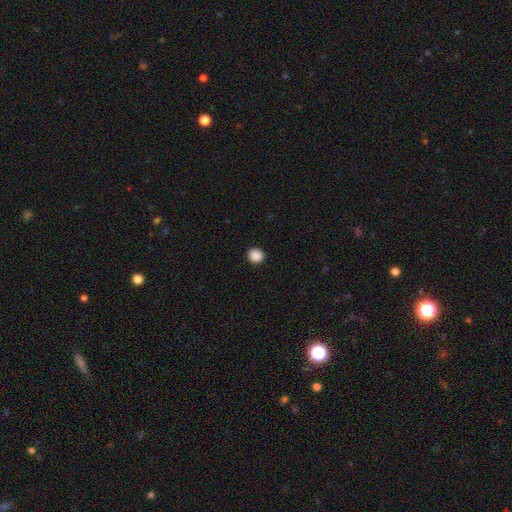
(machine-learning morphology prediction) Q: Smooth or featured?
A: smooth (89%); runner-up: star or artifact (9%)
Q: How rounded?
A: round (91%); runner-up: in between (8%)
Q: Merging?
A: none (93%); runner-up: minor disturbance (4%)